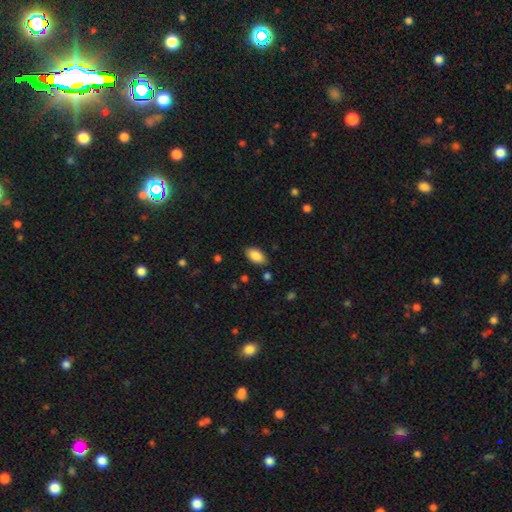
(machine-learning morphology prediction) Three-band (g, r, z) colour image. It shows a smooth galaxy with no disk features (86%) that is in between round and cigar-shaped (93%). Merging: none (85%).